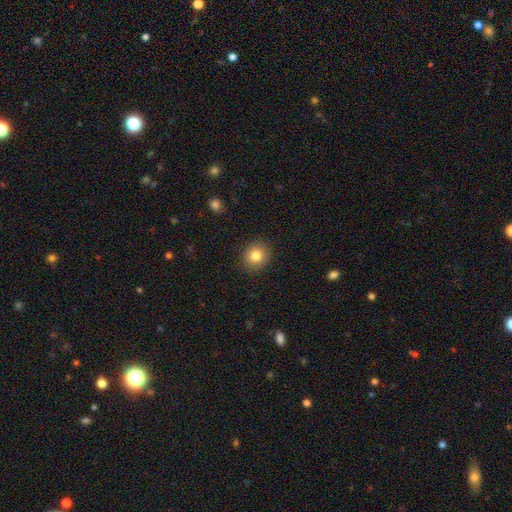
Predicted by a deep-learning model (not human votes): Overall: smooth (82%). How rounded: round (79%). Merging: none (89%).